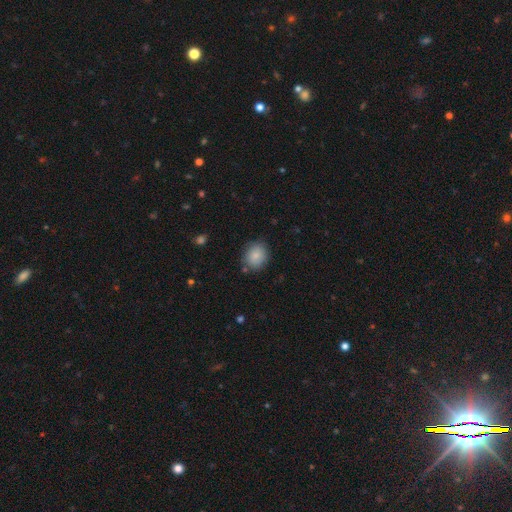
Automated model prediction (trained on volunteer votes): A smooth galaxy with no disk features (85%) that is round (68%).

Vote fractions:
- Smooth or featured? smooth: 85% / star or artifact: 8% / featured or disk: 7%
- How rounded? round: 68% / in between: 31% / cigar-shaped: 1%
- Merging? none: 81% / minor disturbance: 14% / major disturbance: 3% / merger: 2%